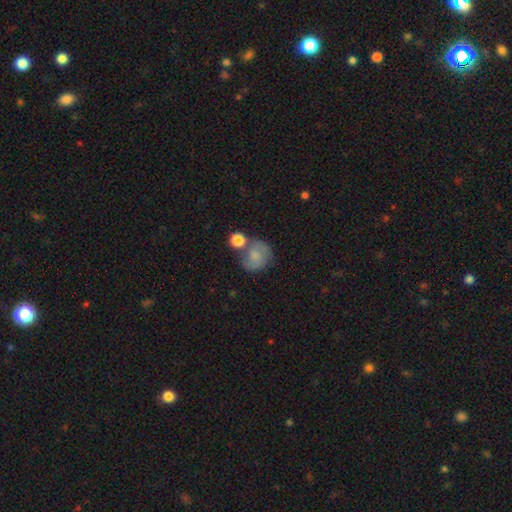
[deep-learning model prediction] Overall: smooth (57%; featured or disk 33%). How rounded: round (70%). Merging: none (47%; merger 23%).